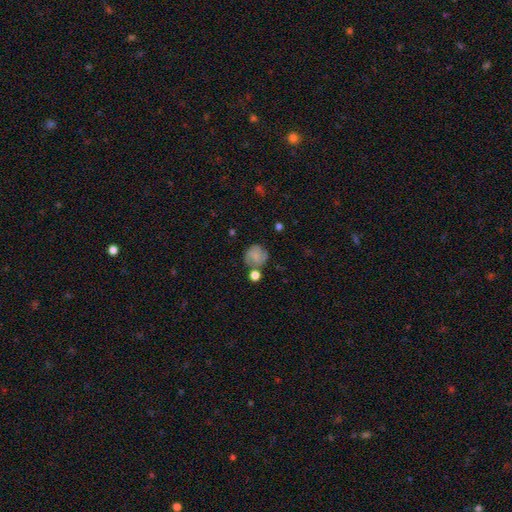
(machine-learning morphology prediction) A smooth galaxy with no disk features (55%) that is round (80%). Merging: none (57%).